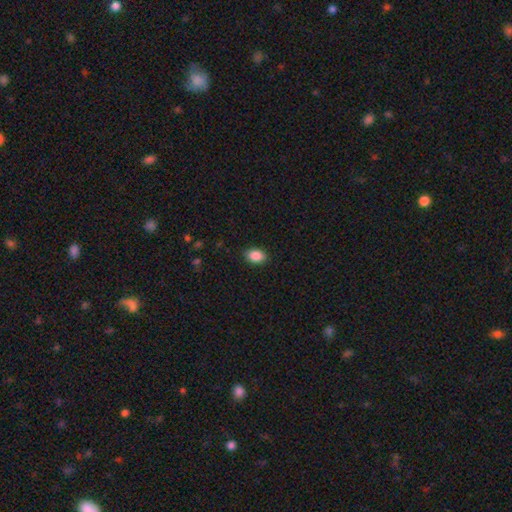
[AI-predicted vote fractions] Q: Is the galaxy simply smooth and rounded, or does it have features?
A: smooth — 89%.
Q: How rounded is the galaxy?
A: in between — 82%.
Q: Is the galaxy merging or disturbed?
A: none — 88%.